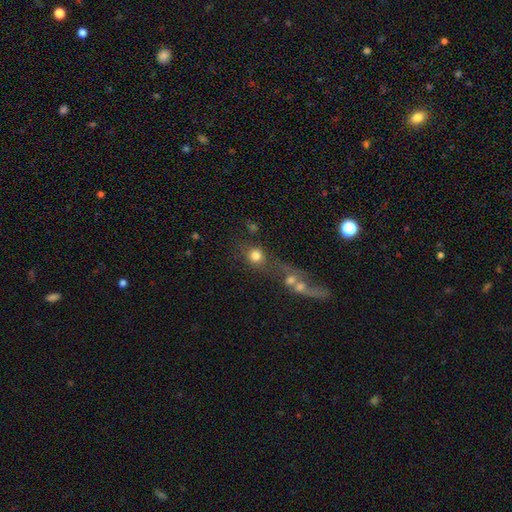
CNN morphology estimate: Smooth or featured: smooth — 74% (featured or disk — 13%)
How rounded: round — 82% (in between — 16%)
Merging: none — 43% (merger — 38%)